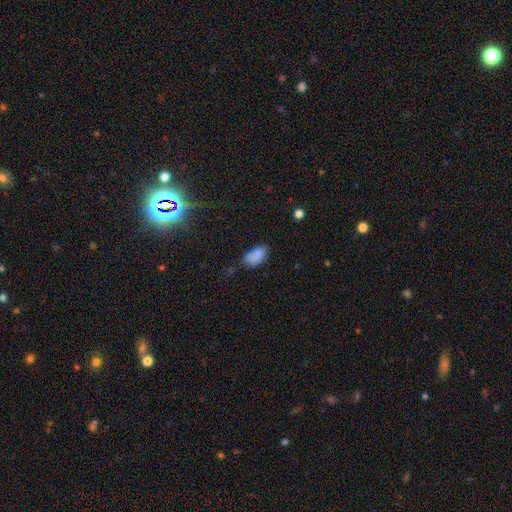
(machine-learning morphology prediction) The model was most divided on "merging": none: 55%, minor disturbance: 31%, major disturbance: 9%, merger: 5%. More confident: how rounded — in between (93%); smooth or featured — smooth (84%).